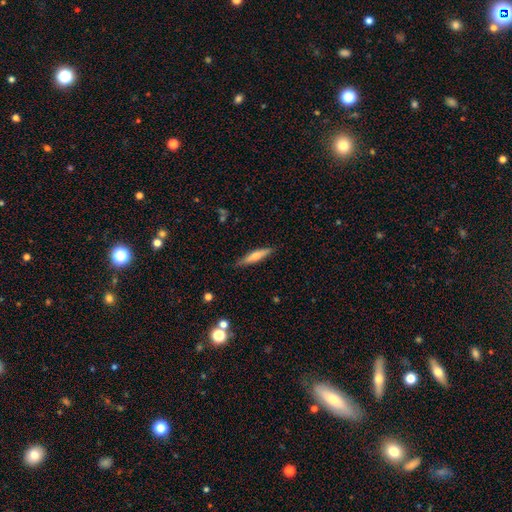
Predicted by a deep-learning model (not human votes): Smooth or featured? smooth (55%)
How rounded? cigar-shaped (85%)
Merging? none (85%)